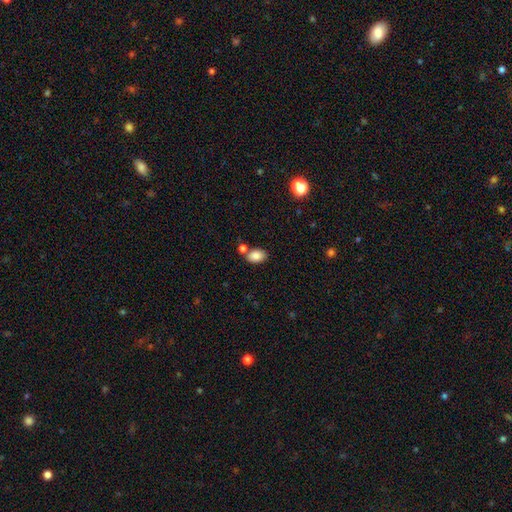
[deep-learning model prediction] This is clearly a smooth galaxy (85%). How rounded: clearly in between (86%). Merging: likely none (67%).